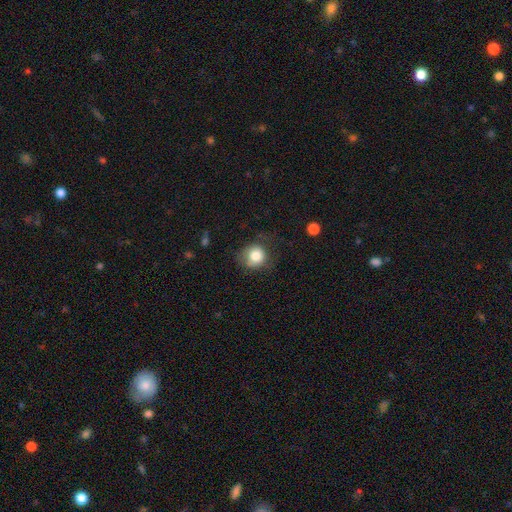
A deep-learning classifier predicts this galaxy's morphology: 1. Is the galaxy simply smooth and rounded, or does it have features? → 81% smooth, 10% featured or disk, 9% star or artifact.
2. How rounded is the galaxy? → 80% round, 19% in between, 1% cigar-shaped.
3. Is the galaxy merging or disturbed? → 58% none, 27% minor disturbance, 13% major disturbance, 2% merger.